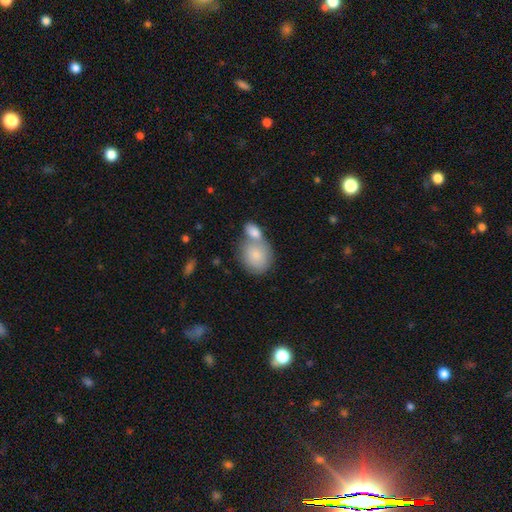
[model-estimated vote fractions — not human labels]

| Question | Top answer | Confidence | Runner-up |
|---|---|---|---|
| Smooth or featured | smooth | 83% | featured or disk (12%) |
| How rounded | round | 61% | in between (38%) |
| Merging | merger | 51% | none (34%) |